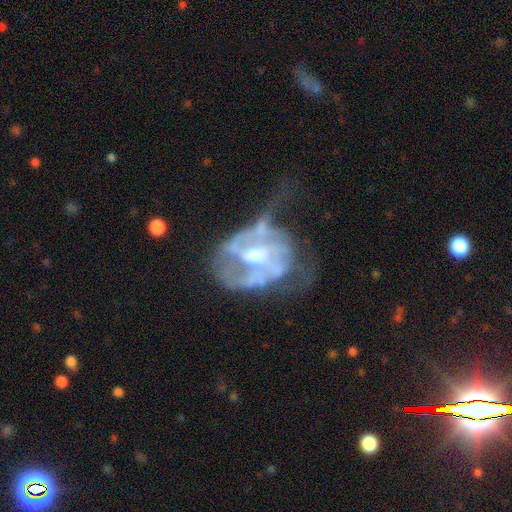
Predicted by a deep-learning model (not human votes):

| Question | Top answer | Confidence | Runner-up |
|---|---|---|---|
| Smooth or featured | featured or disk | 79% | smooth (13%) |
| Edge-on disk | no | 97% | yes (3%) |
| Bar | no | 55% | weak (32%) |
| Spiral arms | yes | 59% | no (41%) |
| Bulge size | moderate | 56% | small (37%) |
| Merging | major disturbance | 49% | none (23%) |